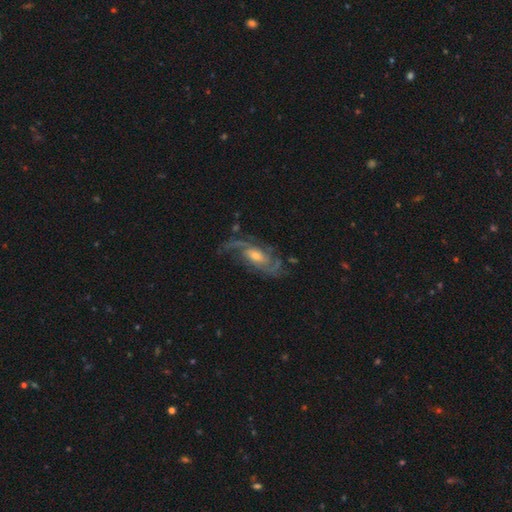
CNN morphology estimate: featured or disk 88%, smooth 6%, star or artifact 6%. Down the decision tree: edge-on disk — no (95%); bar — no (54%); spiral arms — yes (96%); spiral arm count — 2 (53%); spiral winding — medium (47%); bulge size — moderate (54%); merging — none (66%).